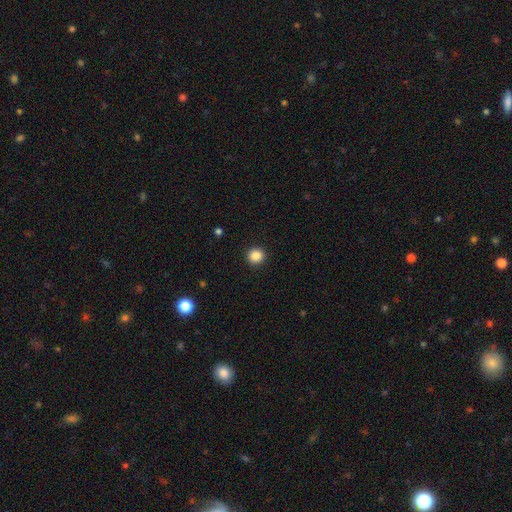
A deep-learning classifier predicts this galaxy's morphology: smooth 87%, star or artifact 10%, featured or disk 3%. Down the decision tree: how rounded — round (92%); merging — none (93%).